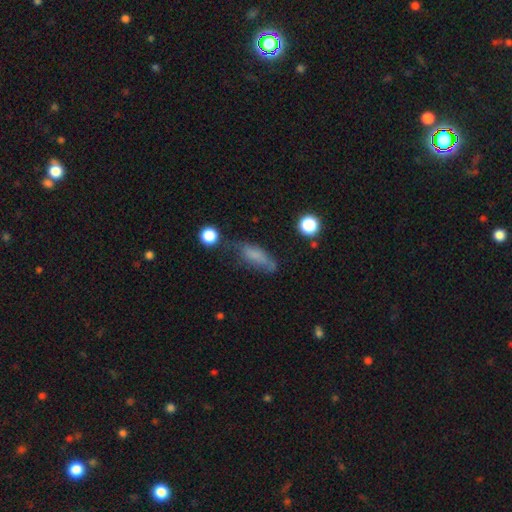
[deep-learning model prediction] smooth 68%, featured or disk 20%, star or artifact 12%. Down the decision tree: how rounded — in between (56%); merging — none (47%).